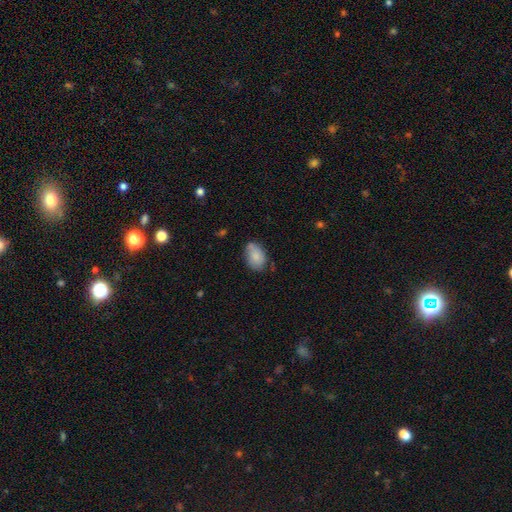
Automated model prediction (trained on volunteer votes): A smooth galaxy with no disk features (79%) that is in between round and cigar-shaped (87%).

Vote fractions:
- Smooth or featured? smooth: 79% / featured or disk: 14% / star or artifact: 7%
- How rounded? in between: 87% / round: 12% / cigar-shaped: 1%
- Merging? none: 64% / minor disturbance: 26% / major disturbance: 5% / merger: 5%